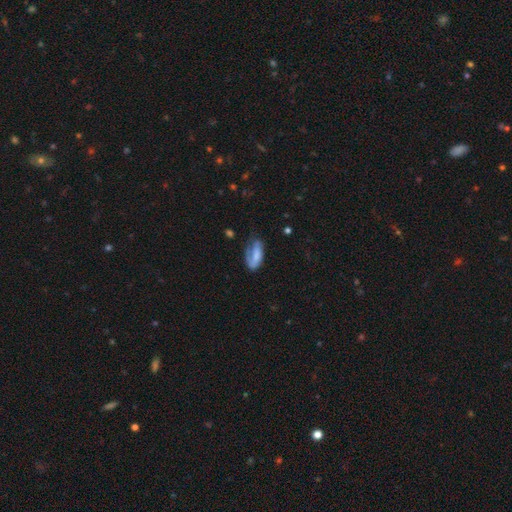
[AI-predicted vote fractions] Smooth or featured? Predicted: smooth (p=0.56). How rounded? Predicted: in between (p=0.84). Merging? Predicted: none (p=0.39).